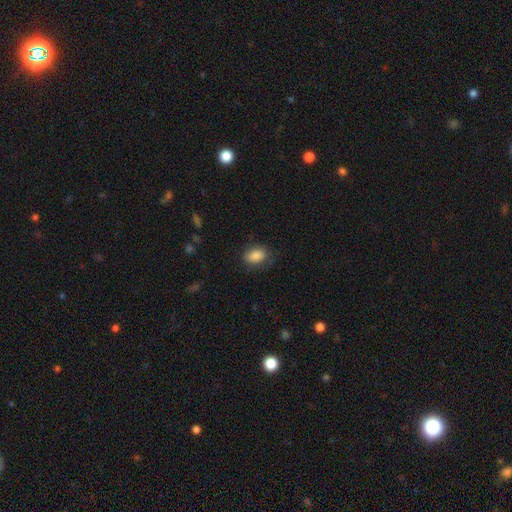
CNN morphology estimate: This is clearly a smooth galaxy (86%). How rounded: clearly in between (85%). Merging: likely none (75%).